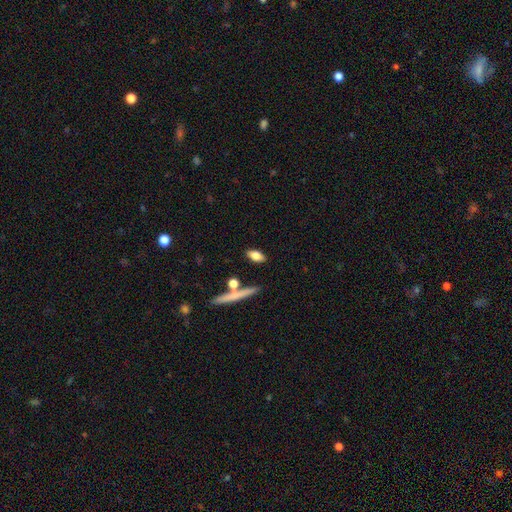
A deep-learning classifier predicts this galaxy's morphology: type=smooth (76%); roundness=in between (78%); merging=none (82%).